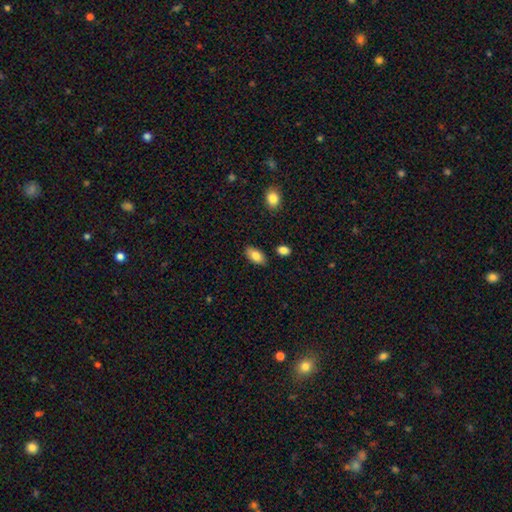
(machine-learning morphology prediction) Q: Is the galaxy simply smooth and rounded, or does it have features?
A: smooth — 83%.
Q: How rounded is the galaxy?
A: in between — 93%.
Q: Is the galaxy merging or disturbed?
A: none — 85%.